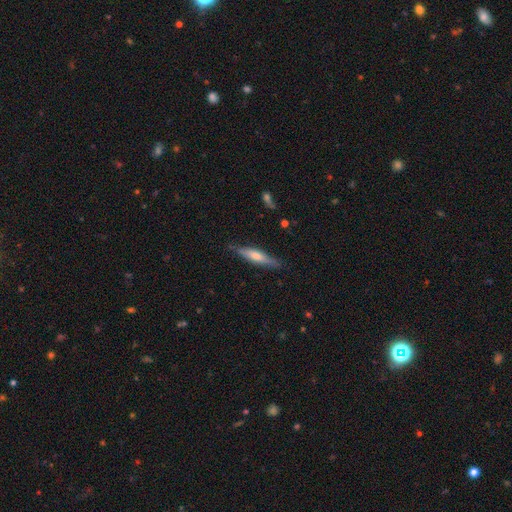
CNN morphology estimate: Q: Smooth or featured?
A: featured or disk (56%); runner-up: smooth (38%)
Q: Edge-on disk?
A: yes (93%); runner-up: no (7%)
Q: Edge-on bulge?
A: rounded (79%); runner-up: none (12%)
Q: Merging?
A: none (85%); runner-up: minor disturbance (12%)